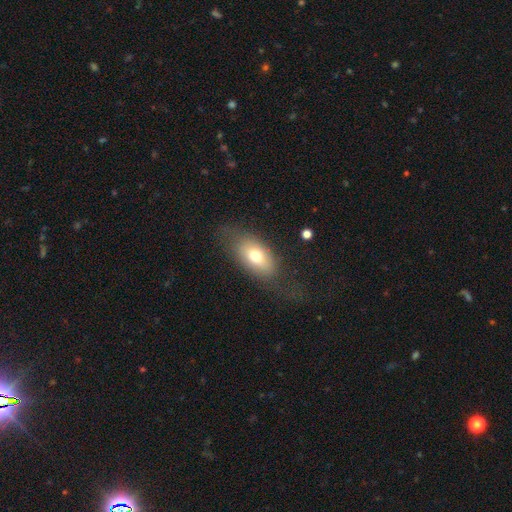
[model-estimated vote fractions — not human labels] This is likely a smooth galaxy (70%). How rounded: clearly in between (88%). Merging: likely none (64%).